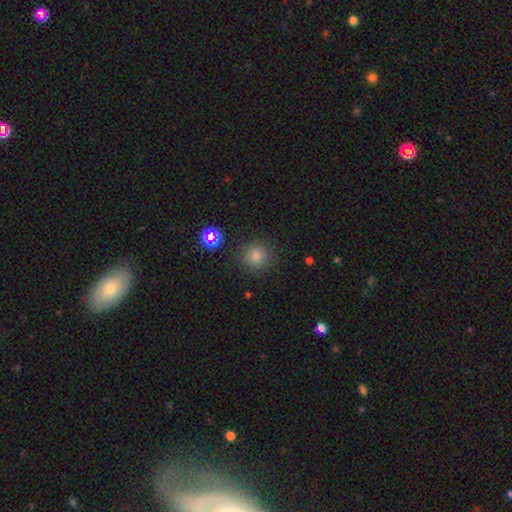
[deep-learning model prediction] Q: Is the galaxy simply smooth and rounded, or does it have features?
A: smooth — 78%.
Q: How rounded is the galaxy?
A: round — 94%.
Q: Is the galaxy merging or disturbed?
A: none — 90%.